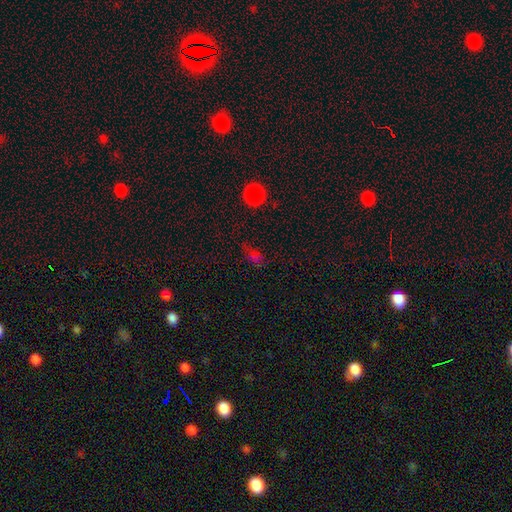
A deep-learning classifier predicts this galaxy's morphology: Smooth or featured: smooth — 56% (star or artifact — 35%)
How rounded: in between — 72% (round — 21%)
Merging: none — 63% (minor disturbance — 20%)